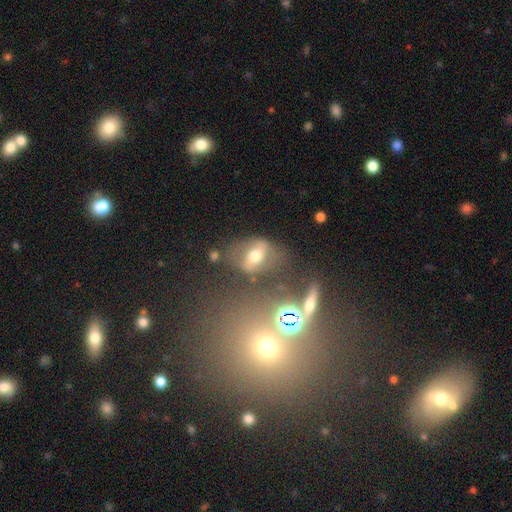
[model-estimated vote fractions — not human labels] featured or disk 49%, smooth 36%, star or artifact 15%. Down the decision tree: merging — none (56%).